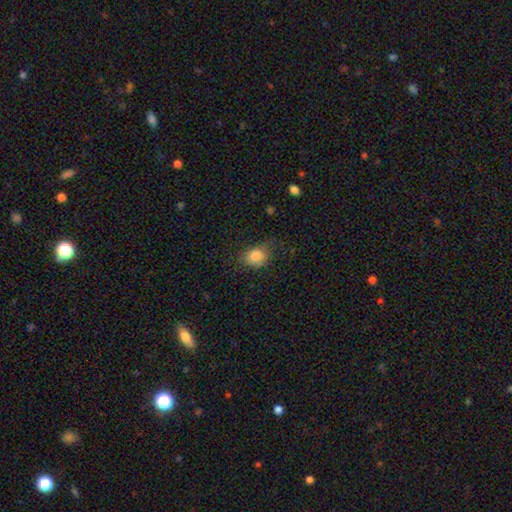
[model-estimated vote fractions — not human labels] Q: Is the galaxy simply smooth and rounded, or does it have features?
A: smooth — 84%.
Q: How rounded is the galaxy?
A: in between — 62%.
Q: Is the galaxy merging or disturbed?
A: none — 53%.